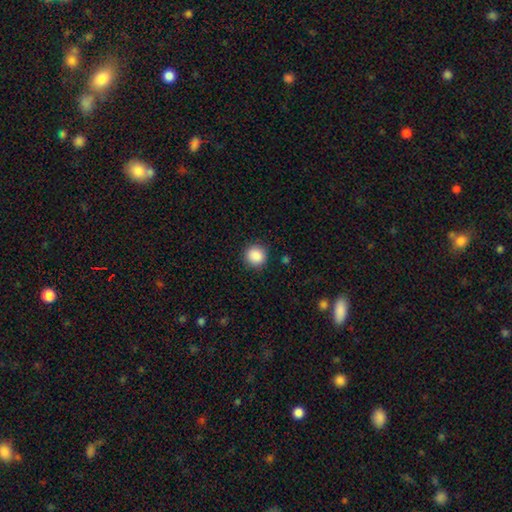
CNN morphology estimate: A smooth galaxy with no disk features (89%) that is round (93%). Merging: none (90%).